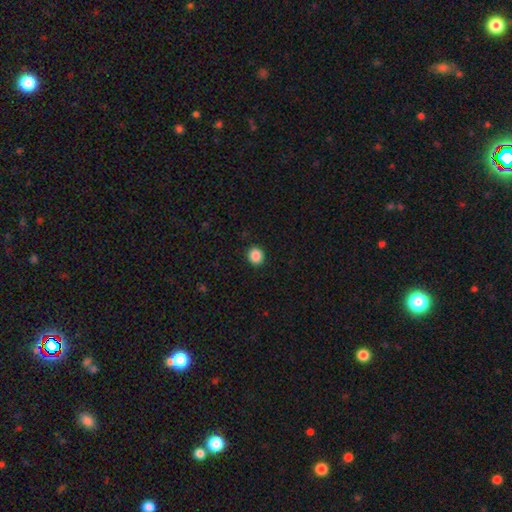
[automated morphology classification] Smooth or featured? smooth (87%)
How rounded? round (85%)
Merging? none (92%)